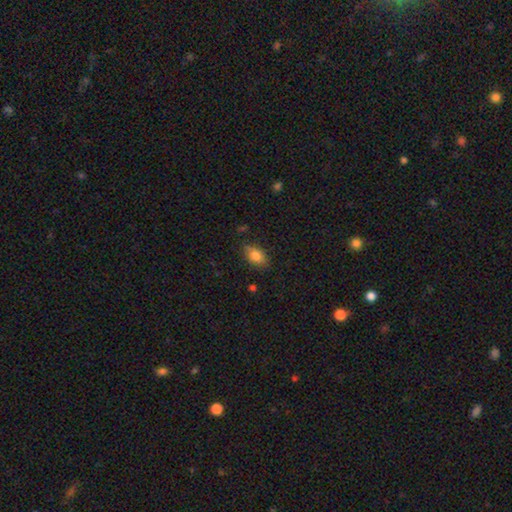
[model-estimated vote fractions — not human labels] Q: Smooth or featured?
A: smooth (81%); runner-up: featured or disk (10%)
Q: How rounded?
A: in between (84%); runner-up: round (13%)
Q: Merging?
A: none (78%); runner-up: minor disturbance (17%)